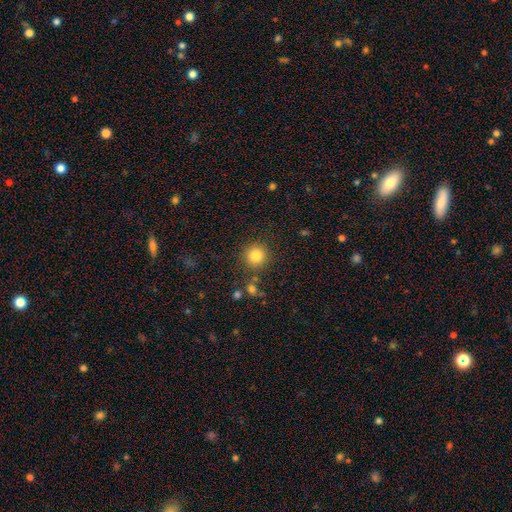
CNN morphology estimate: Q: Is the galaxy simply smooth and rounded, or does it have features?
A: smooth — 83%.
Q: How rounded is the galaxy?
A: round — 93%.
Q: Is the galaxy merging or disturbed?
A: none — 85%.